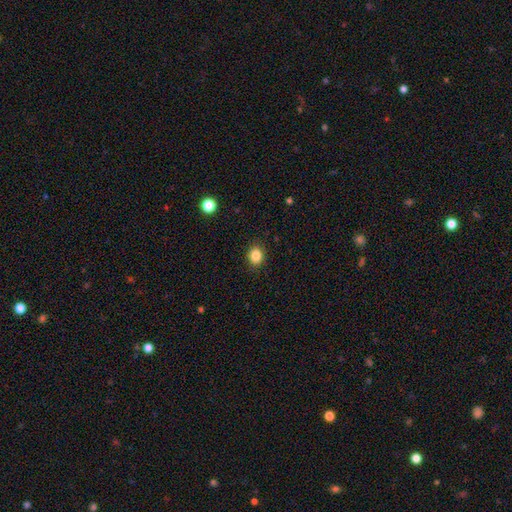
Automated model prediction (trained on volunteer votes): Q: Smooth or featured?
A: smooth (85%); runner-up: star or artifact (11%)
Q: How rounded?
A: round (62%); runner-up: in between (37%)
Q: Merging?
A: none (89%); runner-up: minor disturbance (8%)